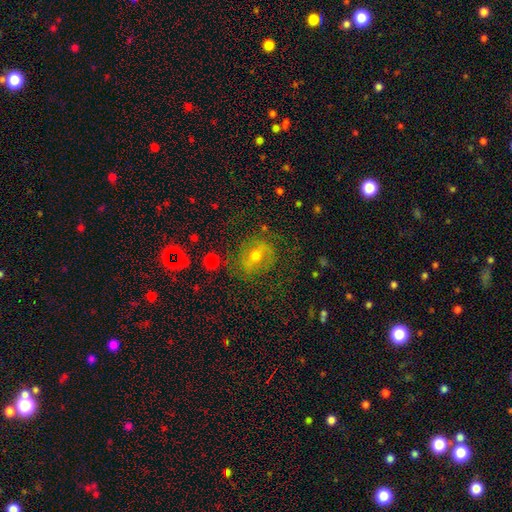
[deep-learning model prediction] smooth_or_featured: featured or disk (p=0.46) [alt: smooth p=0.37]
merging: none (p=0.70) [alt: minor disturbance p=0.17]